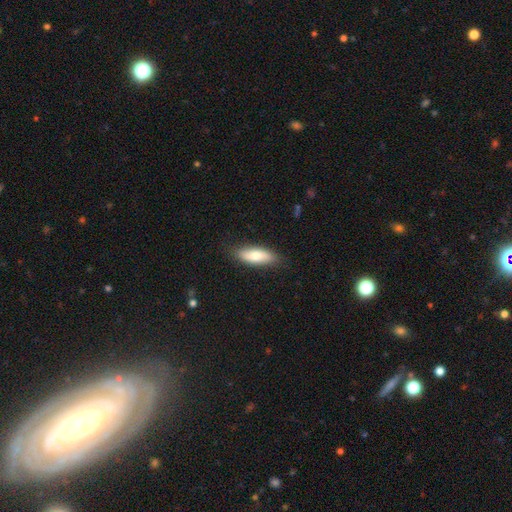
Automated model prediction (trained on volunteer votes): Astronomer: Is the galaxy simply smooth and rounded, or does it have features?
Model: smooth — 76%.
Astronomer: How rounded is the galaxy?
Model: in between — 65%.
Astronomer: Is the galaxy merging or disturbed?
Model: none — 84%.